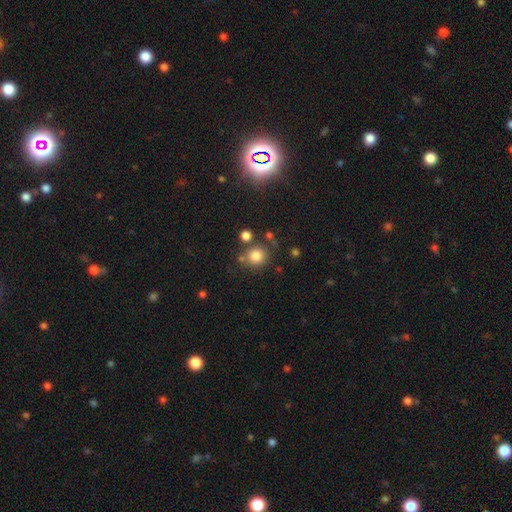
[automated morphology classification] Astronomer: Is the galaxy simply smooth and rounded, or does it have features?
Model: smooth — 81%.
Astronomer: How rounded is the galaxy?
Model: round — 85%.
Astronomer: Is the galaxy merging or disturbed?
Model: none — 71%.